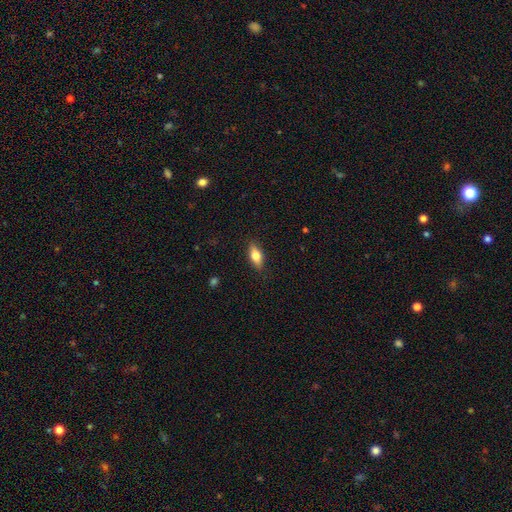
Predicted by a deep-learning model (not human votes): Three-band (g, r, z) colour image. It shows a smooth galaxy with no disk features (72%) that is in between round and cigar-shaped (80%). Merging: none (87%).